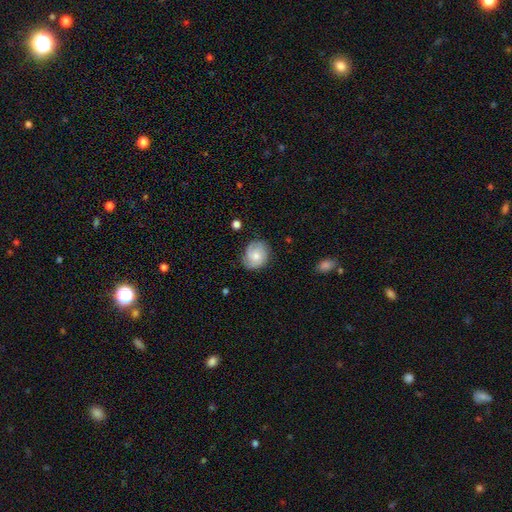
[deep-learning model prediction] Smooth or featured? smooth (52%)
How rounded? round (66%)
Merging? none (71%)